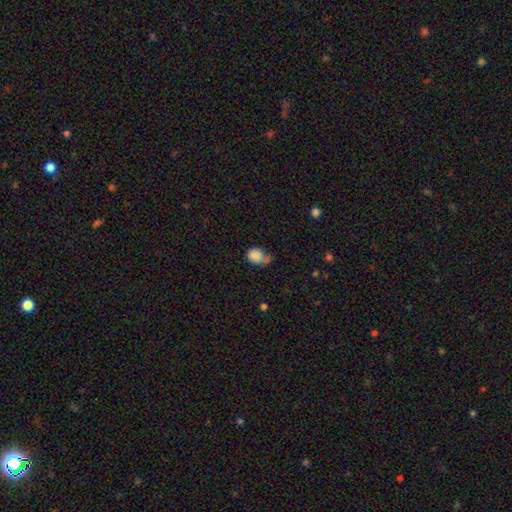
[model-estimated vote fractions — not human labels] A smooth galaxy with no disk features (83%) that is round (54%).

Vote fractions:
- Smooth or featured? smooth: 83% / star or artifact: 9% / featured or disk: 8%
- How rounded? round: 54% / in between: 45% / cigar-shaped: 1%
- Merging? minor disturbance: 36% / none: 34% / major disturbance: 19% / merger: 10%